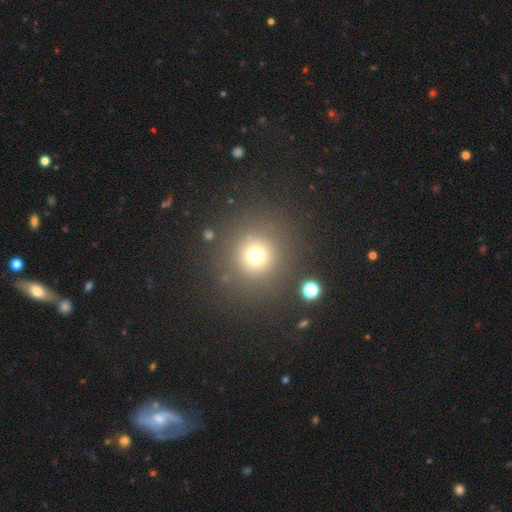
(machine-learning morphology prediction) This appears to be a smooth galaxy with no disk features (71%) that is round (94%). Merging: none (85%).